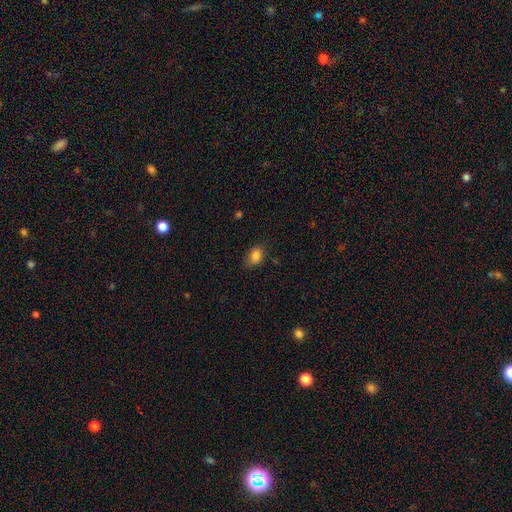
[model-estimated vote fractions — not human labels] smooth 85%, star or artifact 10%, featured or disk 5%. Down the decision tree: how rounded — in between (72%); merging — none (72%).